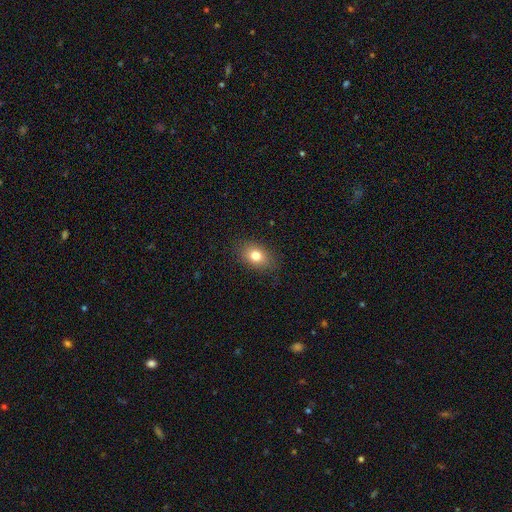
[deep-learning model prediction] smooth_or_featured: smooth (p=0.78) [alt: featured or disk p=0.11]
how_rounded: in between (p=0.73) [alt: round p=0.26]
merging: none (p=0.85) [alt: minor disturbance p=0.11]